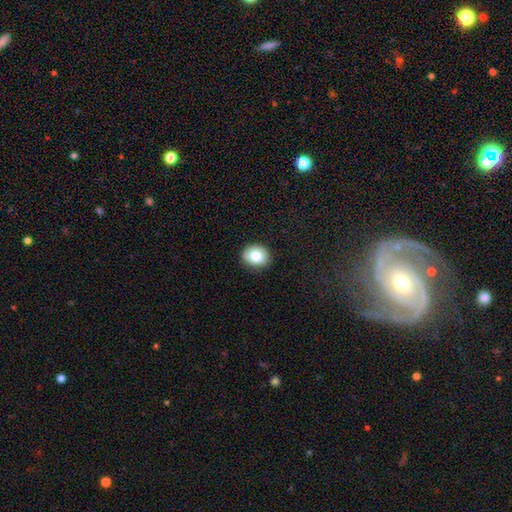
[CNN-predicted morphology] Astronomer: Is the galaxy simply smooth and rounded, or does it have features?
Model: smooth — 80%.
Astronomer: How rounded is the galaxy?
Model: round — 63%.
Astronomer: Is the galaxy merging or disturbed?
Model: none — 86%.